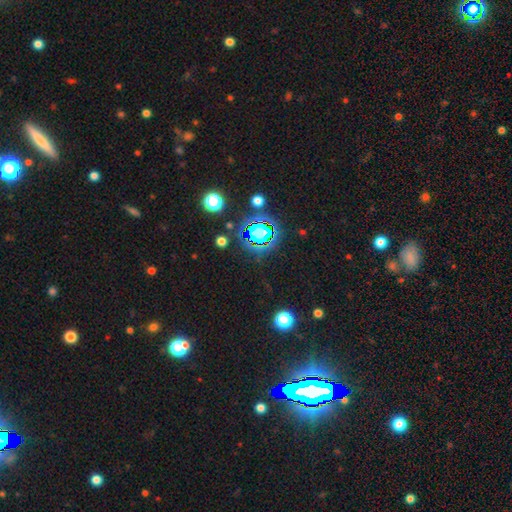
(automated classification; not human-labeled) Smooth or featured: star or artifact — 82% (smooth — 10%)